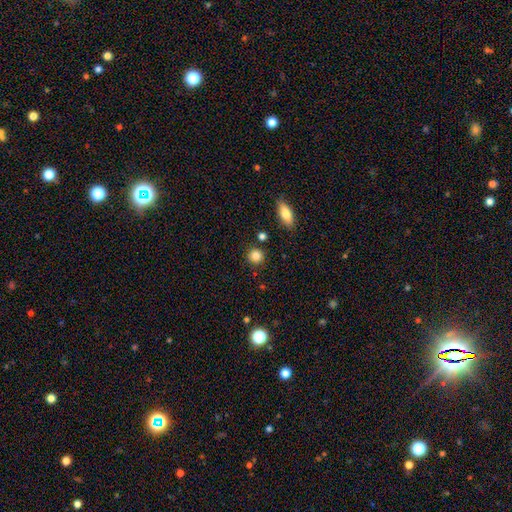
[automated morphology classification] Smooth or featured? Predicted: smooth (p=0.85). How rounded? Predicted: round (p=0.89). Merging? Predicted: none (p=0.86).